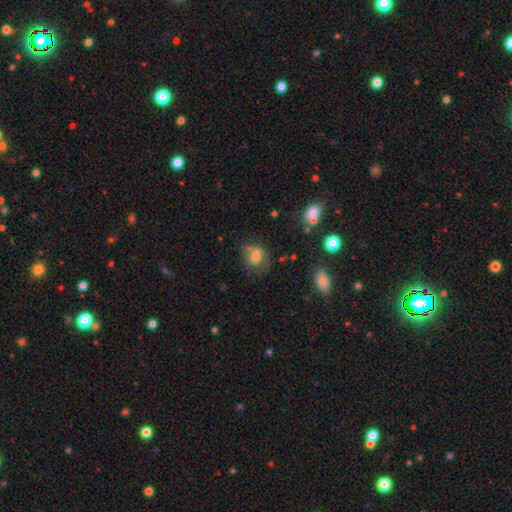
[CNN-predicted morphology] Smooth or featured? smooth (63%)
How rounded? in between (58%)
Merging? none (52%)